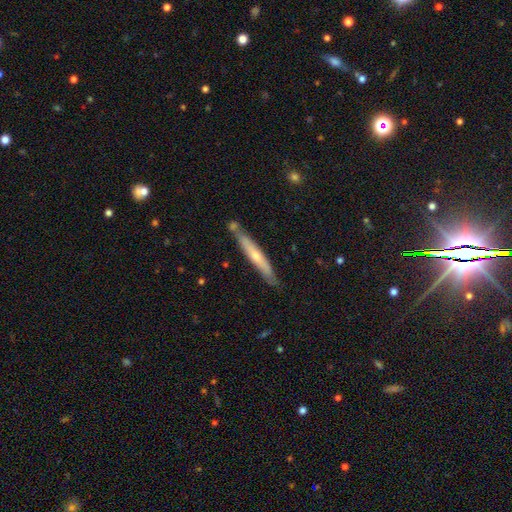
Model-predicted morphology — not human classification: featured or disk 51%, smooth 44%, star or artifact 6%. Down the decision tree: edge-on disk — yes (89%); merging — none (73%).